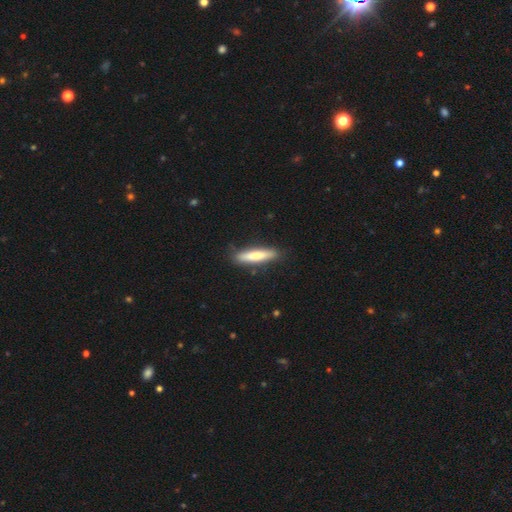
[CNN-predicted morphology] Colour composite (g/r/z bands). It shows a smooth galaxy with no disk features (70%) that is cigar-shaped (84%). Merging: none (85%).